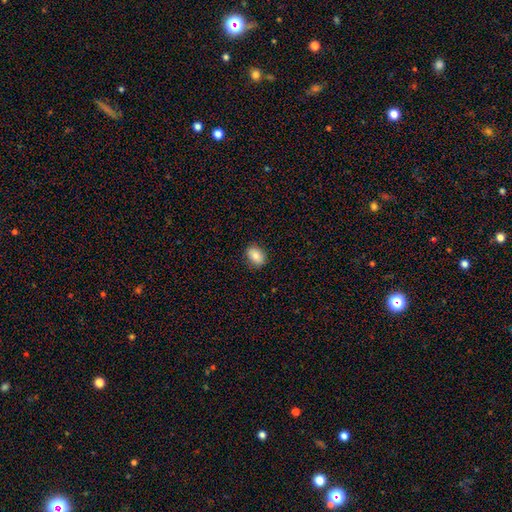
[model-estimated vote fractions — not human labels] Q: Smooth or featured?
A: smooth (84%); runner-up: featured or disk (8%)
Q: How rounded?
A: in between (79%); runner-up: round (19%)
Q: Merging?
A: none (87%); runner-up: minor disturbance (10%)